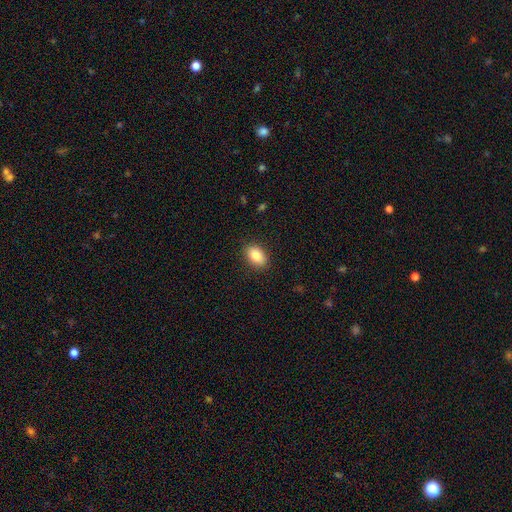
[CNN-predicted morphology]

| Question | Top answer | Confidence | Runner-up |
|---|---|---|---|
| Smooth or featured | smooth | 84% | featured or disk (8%) |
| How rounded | in between | 86% | round (12%) |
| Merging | none | 89% | minor disturbance (8%) |